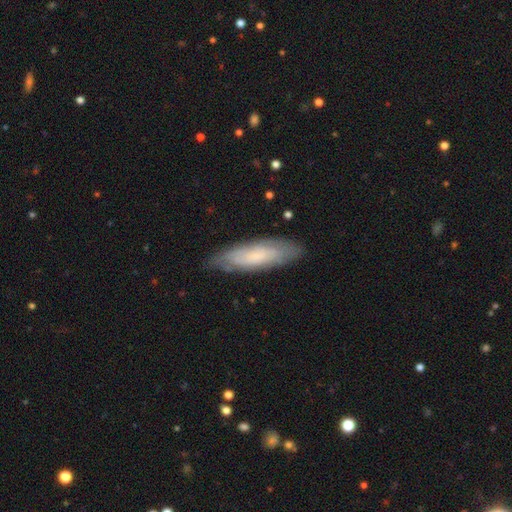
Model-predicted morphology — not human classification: Smooth or featured? Predicted: smooth (p=0.53). How rounded? Predicted: cigar-shaped (p=0.53). Merging? Predicted: none (p=0.77).